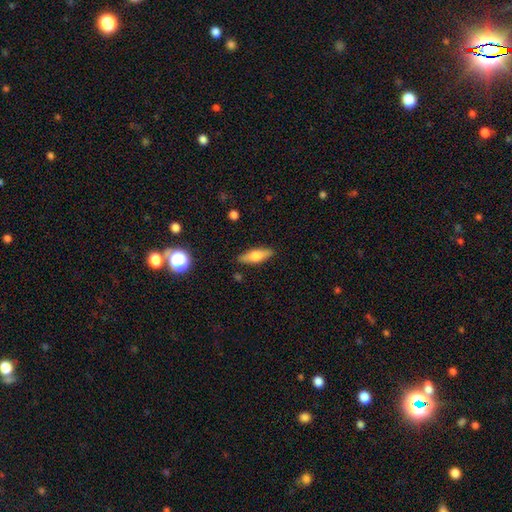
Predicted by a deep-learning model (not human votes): Smooth or featured? smooth (58%)
How rounded? in between (52%)
Merging? none (87%)